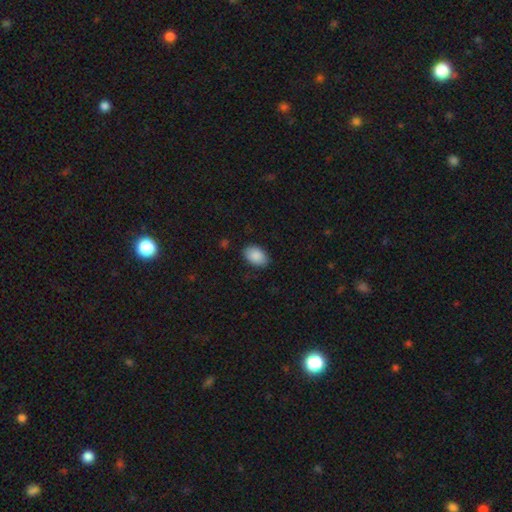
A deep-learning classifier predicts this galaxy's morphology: Q: Smooth or featured?
A: smooth (89%); runner-up: star or artifact (7%)
Q: How rounded?
A: in between (89%); runner-up: round (10%)
Q: Merging?
A: none (86%); runner-up: minor disturbance (11%)